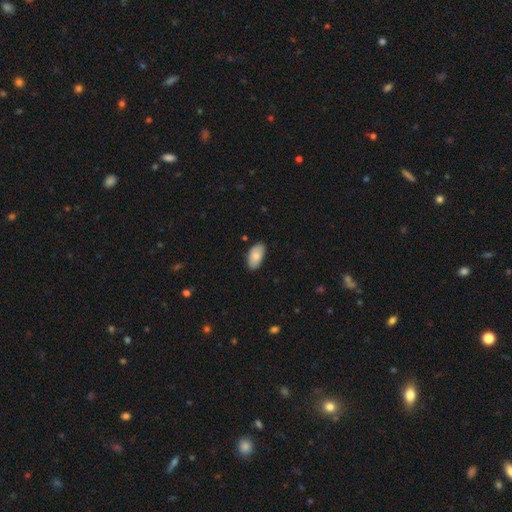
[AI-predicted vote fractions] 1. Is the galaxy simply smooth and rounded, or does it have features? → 84% smooth, 10% featured or disk, 6% star or artifact.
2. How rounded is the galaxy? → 95% in between, 3% round, 2% cigar-shaped.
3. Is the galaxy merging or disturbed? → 83% none, 13% minor disturbance, 2% major disturbance, 1% merger.